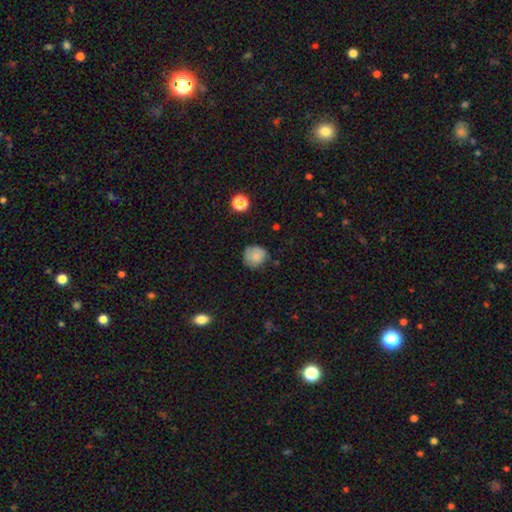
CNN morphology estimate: This appears to be a smooth galaxy with no disk features (80%) that is round (84%). Merging: none (65%).